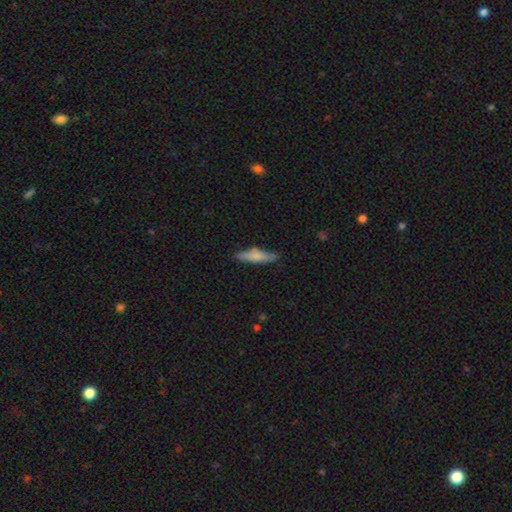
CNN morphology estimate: Overall: smooth (70%). How rounded: cigar-shaped (79%). Merging: none (80%).